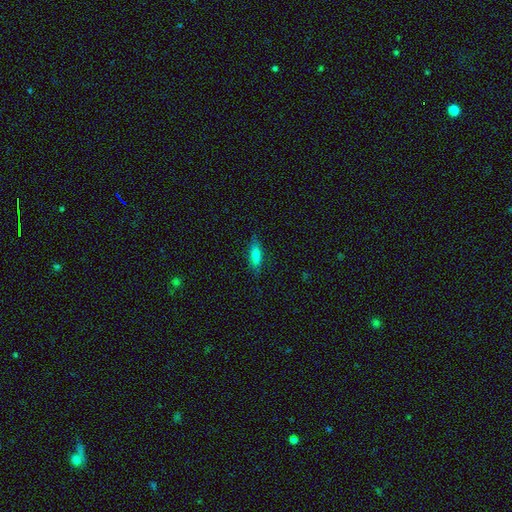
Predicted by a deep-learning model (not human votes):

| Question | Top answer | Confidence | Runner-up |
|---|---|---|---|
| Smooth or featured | smooth | 79% | featured or disk (13%) |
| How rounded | cigar-shaped | 52% | in between (46%) |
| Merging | none | 81% | minor disturbance (14%) |